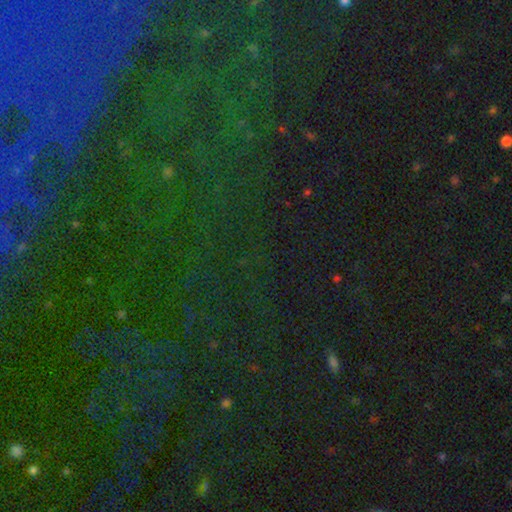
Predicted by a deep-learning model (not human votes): The model was most divided on "smooth or featured": star or artifact: 76%, smooth: 12%, featured or disk: 12%.